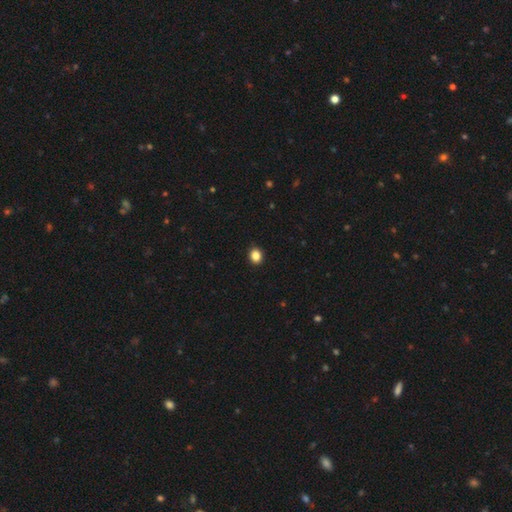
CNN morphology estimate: Q: Smooth or featured?
A: smooth (86%); runner-up: star or artifact (10%)
Q: How rounded?
A: round (68%); runner-up: in between (32%)
Q: Merging?
A: none (92%); runner-up: minor disturbance (6%)